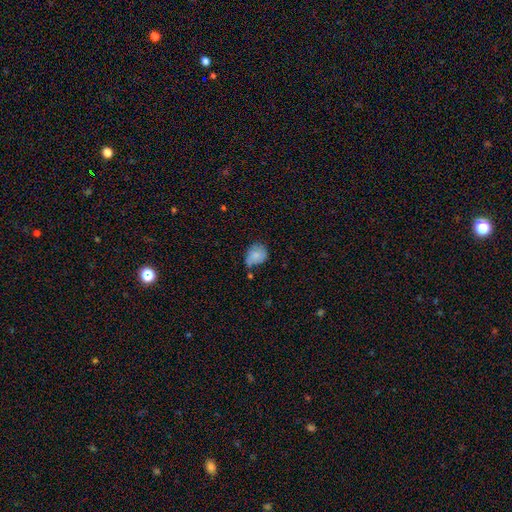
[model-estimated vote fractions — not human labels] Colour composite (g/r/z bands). It shows a smooth galaxy with no disk features (77%) that is in between round and cigar-shaped (51%). Merging: none (47%).